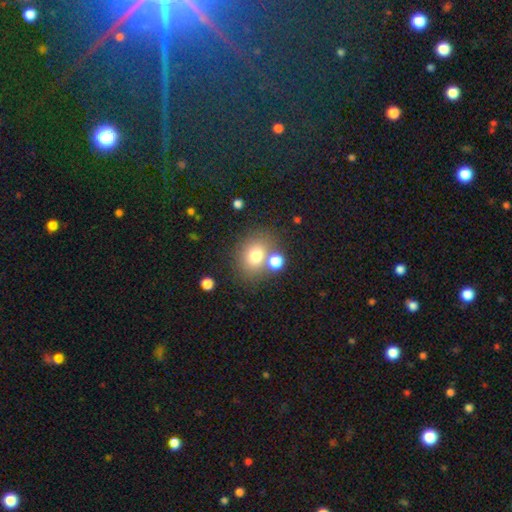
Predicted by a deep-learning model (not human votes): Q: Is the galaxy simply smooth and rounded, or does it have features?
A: smooth — 74%.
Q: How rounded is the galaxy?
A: round — 59%.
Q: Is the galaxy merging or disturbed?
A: none — 66%.